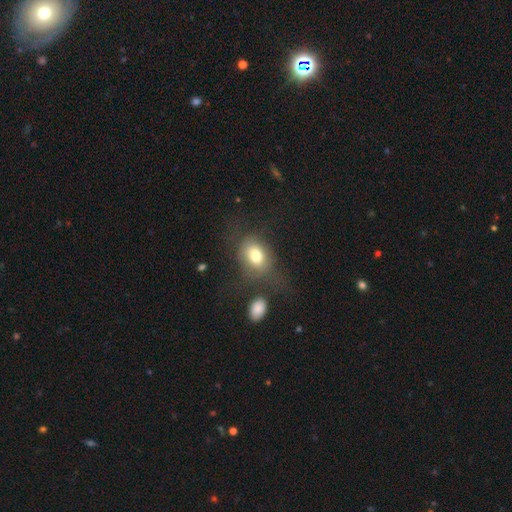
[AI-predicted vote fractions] Morphology: type=smooth (75%); roundness=in between (63%); merging=none (52%).